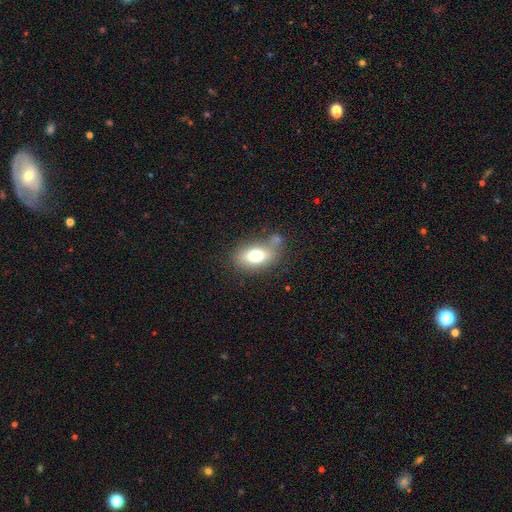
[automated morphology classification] Overall: smooth (74%). How rounded: in between (85%). Merging: none (58%; minor disturbance 21%).